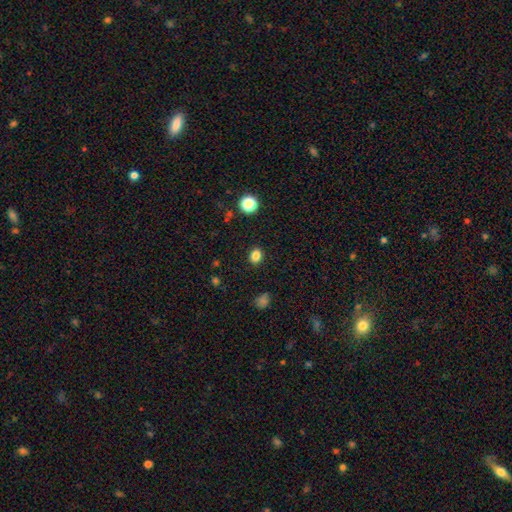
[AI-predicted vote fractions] Q: Smooth or featured?
A: smooth (84%); runner-up: star or artifact (12%)
Q: How rounded?
A: round (50%); runner-up: in between (49%)
Q: Merging?
A: none (89%); runner-up: minor disturbance (7%)